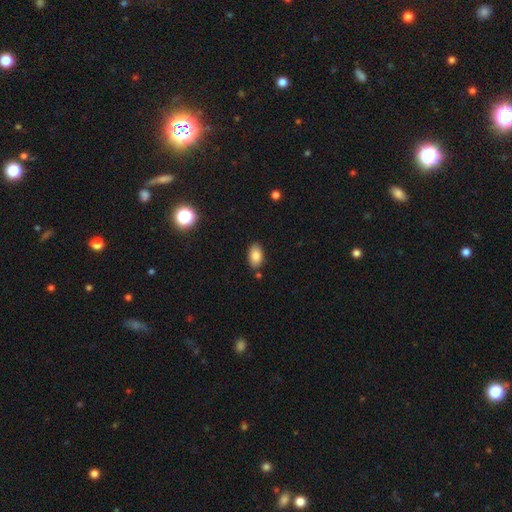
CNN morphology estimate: Overall: smooth (84%). How rounded: in between (92%). Merging: none (83%).